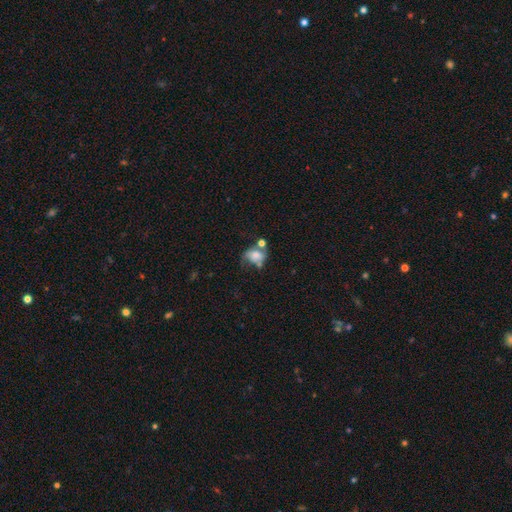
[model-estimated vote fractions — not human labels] Smooth or featured?
  - smooth: 59% *
  - featured or disk: 30%
  - star or artifact: 11%
How rounded?
  - in between: 66% *
  - round: 33%
  - cigar-shaped: 1%
Merging?
  - merger: 30% *
  - none: 26%
  - minor disturbance: 22%
  - major disturbance: 22%